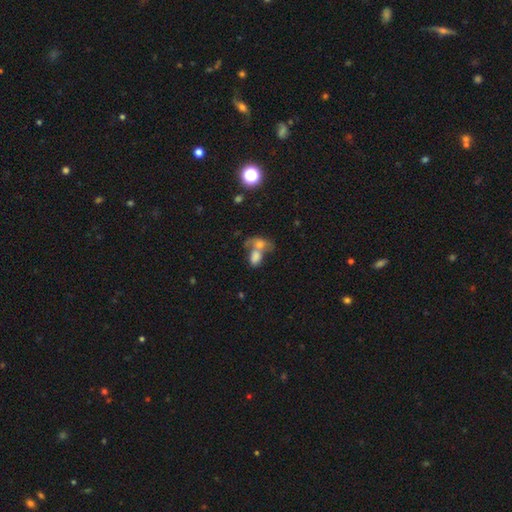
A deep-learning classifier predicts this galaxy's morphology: type=smooth (66%); roundness=in between (78%); merging=merger (66%).